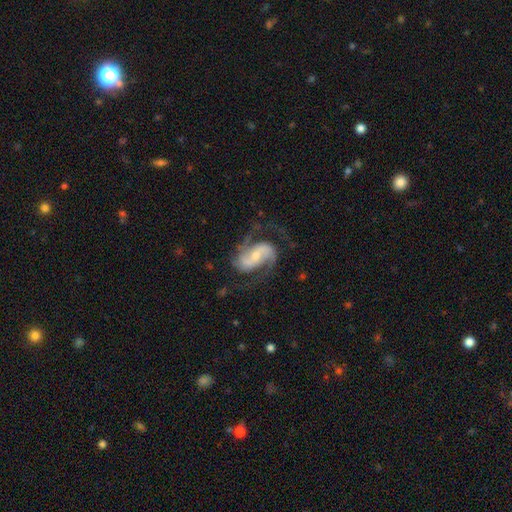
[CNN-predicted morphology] This is clearly a featured or disk galaxy (89%). It is clearly not viewed edge-on (97%). Bar: marginally weak (43%). Spiral arm pattern: clearly yes (97%). Spiral arm count: clearly 2 (88%). Spiral winding: possibly medium (55%). Central bulge: possibly small (54%). Merging: likely none (69%).